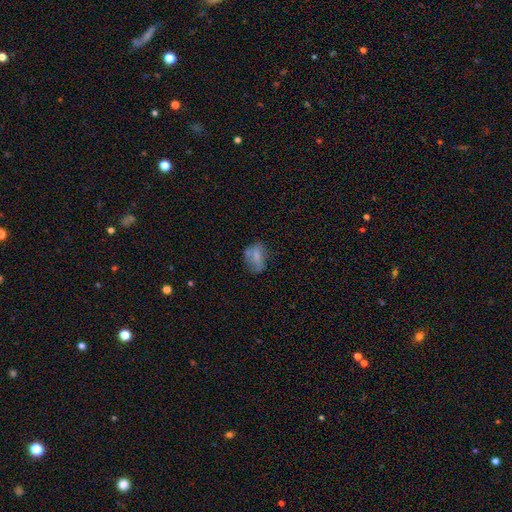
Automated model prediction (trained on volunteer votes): Smooth or featured? Predicted: smooth (p=0.62). How rounded? Predicted: in between (p=0.77). Merging? Predicted: none (p=0.49).